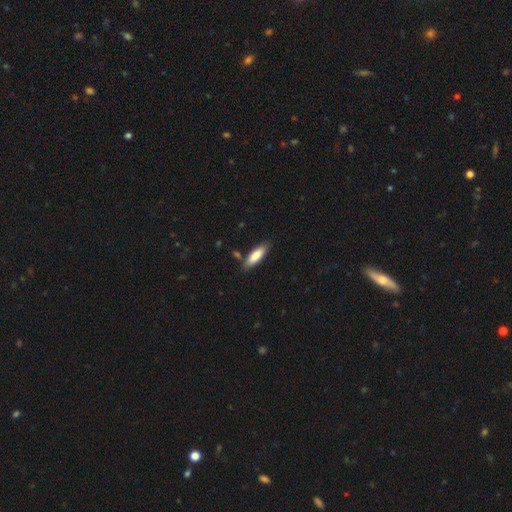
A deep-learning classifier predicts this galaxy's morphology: The model was most divided on "how rounded": cigar-shaped: 50%, in between: 48%, round: 1%. More confident: merging — none (81%); smooth or featured — smooth (81%).